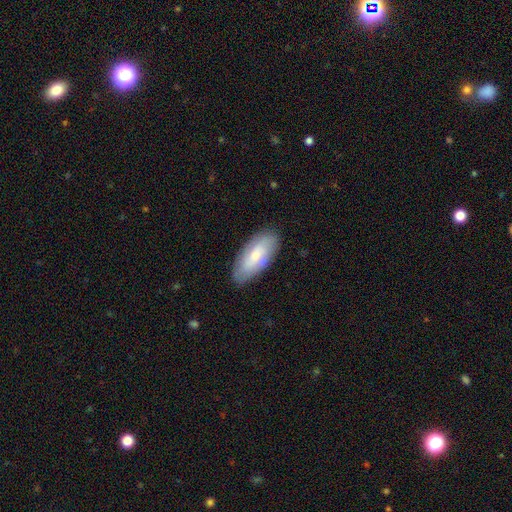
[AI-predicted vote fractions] This appears to be a smooth galaxy with no disk features (60%) that is in between round and cigar-shaped (85%). Merging: none (84%).